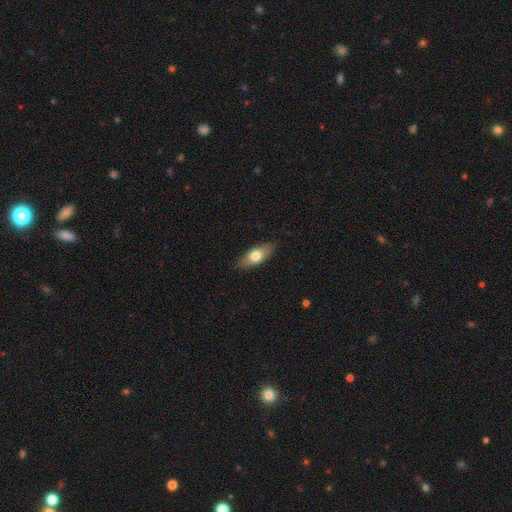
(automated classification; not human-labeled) smooth_or_featured: smooth (p=0.69) [alt: featured or disk p=0.25]
how_rounded: in between (p=0.76) [alt: cigar-shaped p=0.21]
merging: none (p=0.87) [alt: minor disturbance p=0.10]